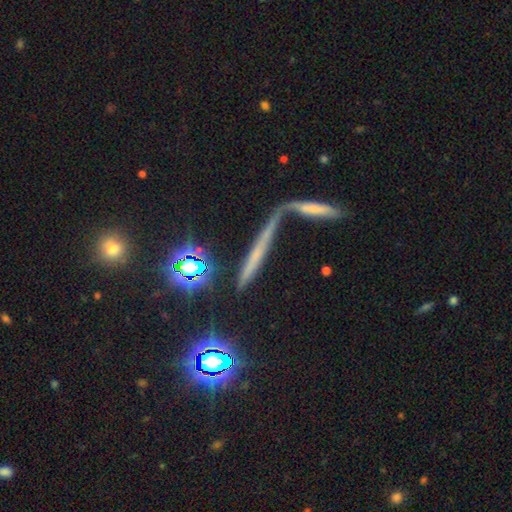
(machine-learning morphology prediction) Overall: featured or disk (36%, tied with smooth). Merging: none (44%; merger 36%).